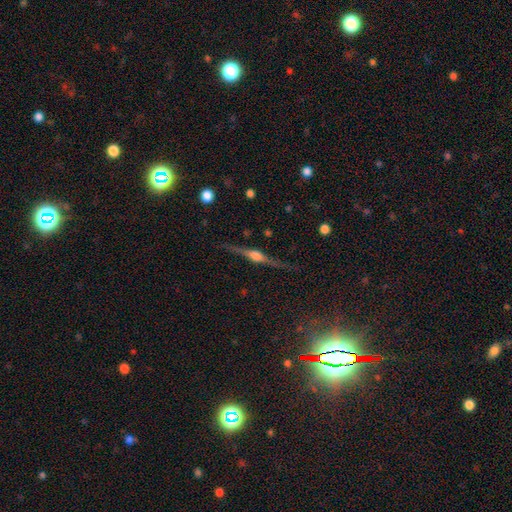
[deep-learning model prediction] Overall: featured or disk (82%). Edge-on disk: yes (98%). Edge-on bulge: rounded (88%). Merging: none (86%).